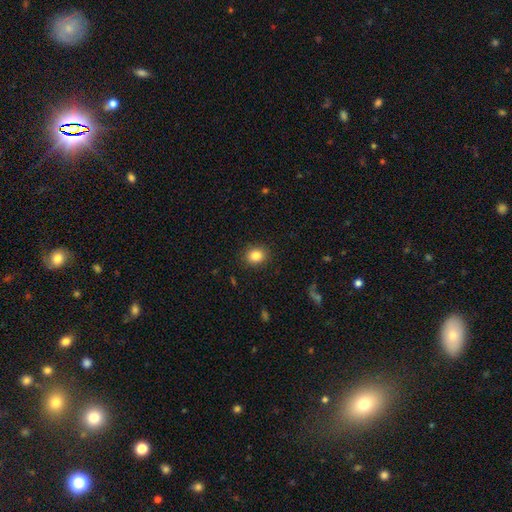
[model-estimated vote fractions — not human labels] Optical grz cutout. It shows a smooth galaxy with no disk features (85%) that is round (68%). Merging: none (89%).